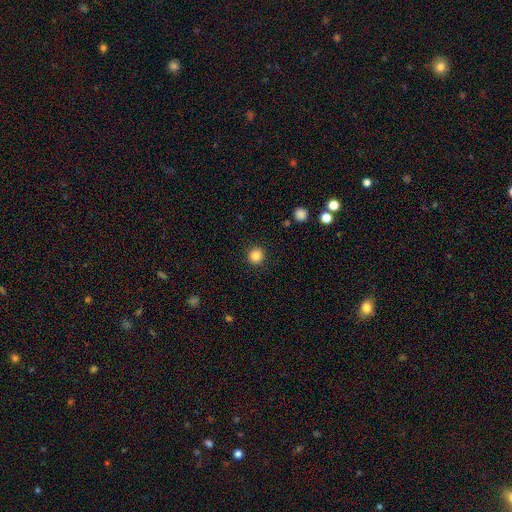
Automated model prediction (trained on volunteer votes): smooth 86%, star or artifact 11%, featured or disk 4%. Down the decision tree: how rounded — round (94%); merging — none (92%).